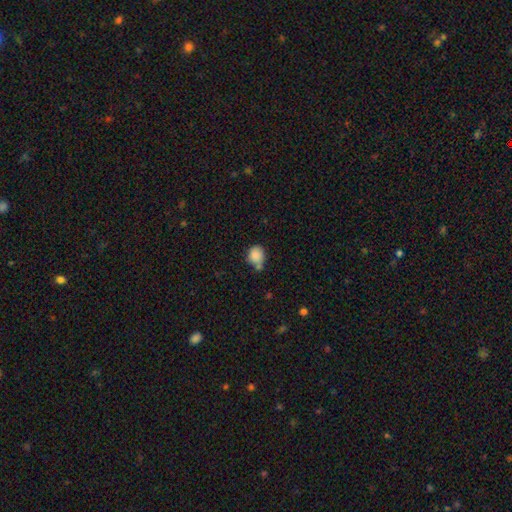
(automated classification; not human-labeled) The model was most divided on "merging": none: 51%, minor disturbance: 24%, merger: 19%, major disturbance: 6%. More confident: smooth or featured — smooth (85%); how rounded — round (72%).